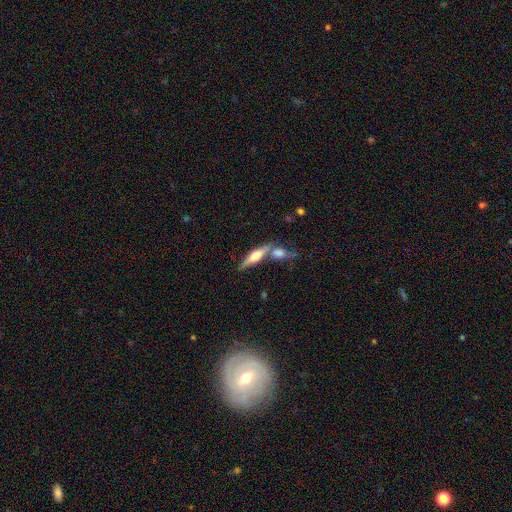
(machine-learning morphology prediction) Smooth or featured? Predicted: featured or disk (p=0.61). Edge-on disk? Predicted: yes (p=0.94). Edge-on bulge? Predicted: rounded (p=0.86). Merging? Predicted: none (p=0.55).